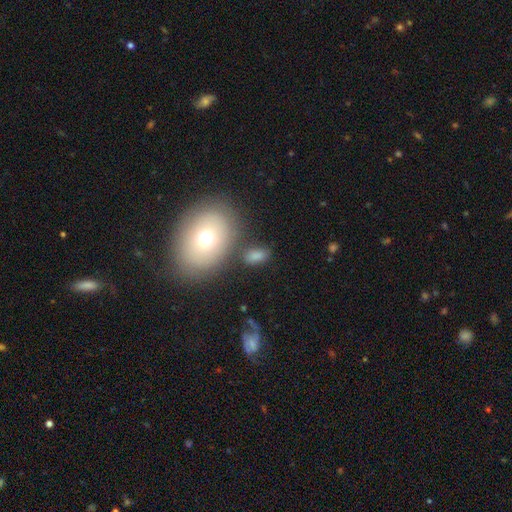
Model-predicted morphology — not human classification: smooth 77%, star or artifact 13%, featured or disk 9%. Down the decision tree: how rounded — in between (86%); merging — none (69%).